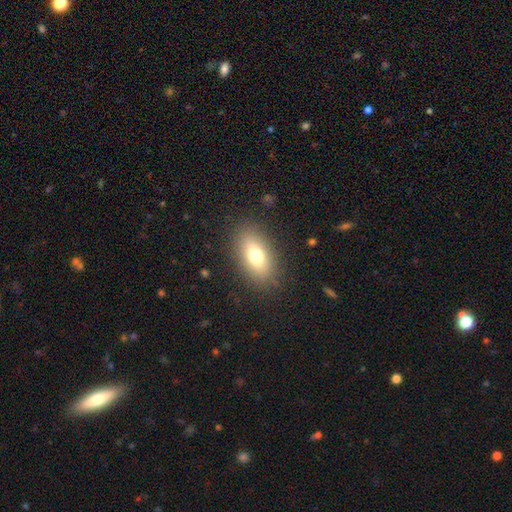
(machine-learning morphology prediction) A smooth galaxy with no disk features (75%) that is in between round and cigar-shaped (87%). Merging: none (85%).